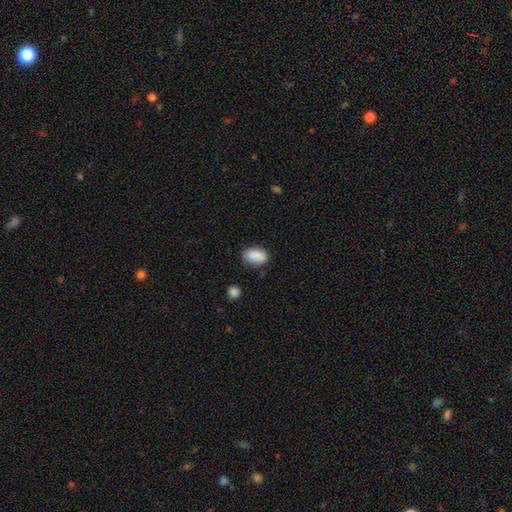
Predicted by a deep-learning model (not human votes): A smooth galaxy with no disk features (86%) that is in between round and cigar-shaped (87%). Merging: none (68%).